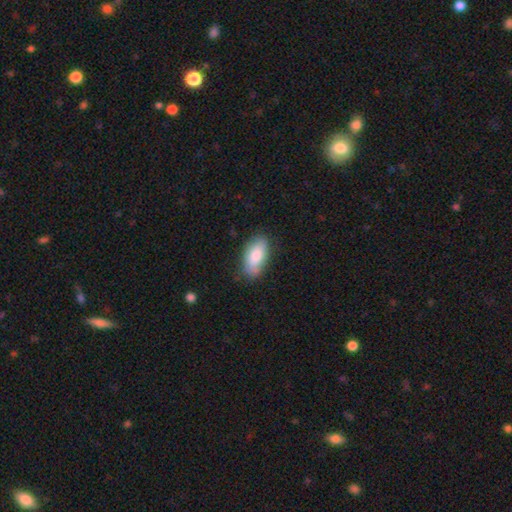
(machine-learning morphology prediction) smooth-or-featured: smooth: 78% | featured or disk: 15% | star or artifact: 6%
  how-rounded: in between: 91% | cigar-shaped: 6% | round: 3%
  merging: none: 74% | minor disturbance: 20% | major disturbance: 4% | merger: 2%